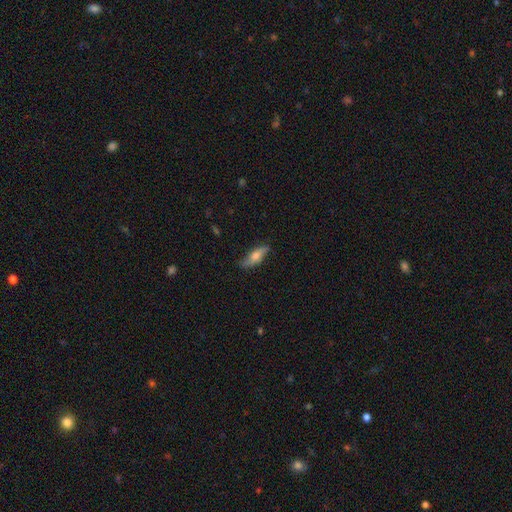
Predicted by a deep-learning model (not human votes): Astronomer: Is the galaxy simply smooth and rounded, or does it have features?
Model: smooth — 57% (runner-up: featured or disk, 36%).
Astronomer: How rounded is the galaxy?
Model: in between — 54% (runner-up: cigar-shaped, 43%).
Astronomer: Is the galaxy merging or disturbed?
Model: none — 76%.